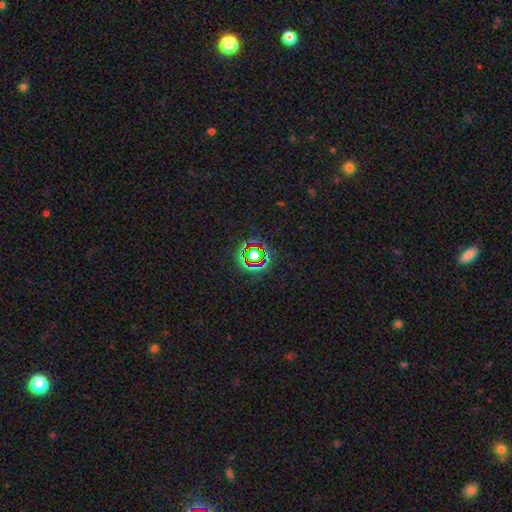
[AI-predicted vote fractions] This appears to be a star or artifact, not a galaxy (70%).